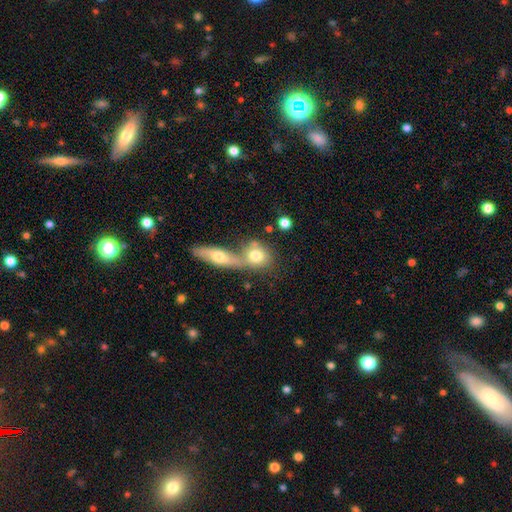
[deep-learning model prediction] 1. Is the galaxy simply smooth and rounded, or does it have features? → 73% smooth, 20% featured or disk, 7% star or artifact.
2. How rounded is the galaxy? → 50% round, 44% in between, 6% cigar-shaped.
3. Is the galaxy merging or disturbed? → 57% merger, 30% none, 8% minor disturbance, 5% major disturbance.